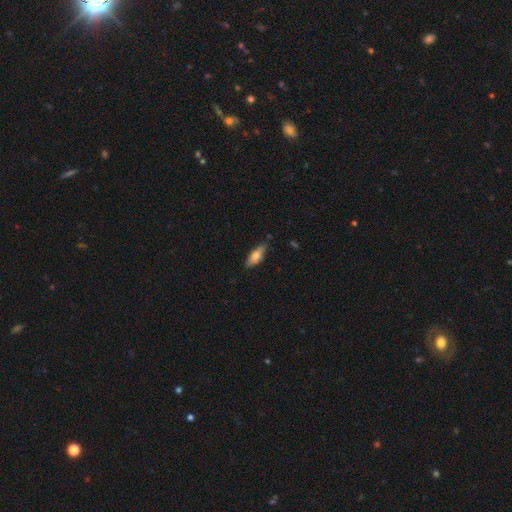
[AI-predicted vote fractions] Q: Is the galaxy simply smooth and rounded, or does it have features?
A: smooth — 70%.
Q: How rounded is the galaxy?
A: in between — 61%.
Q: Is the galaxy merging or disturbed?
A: none — 78%.